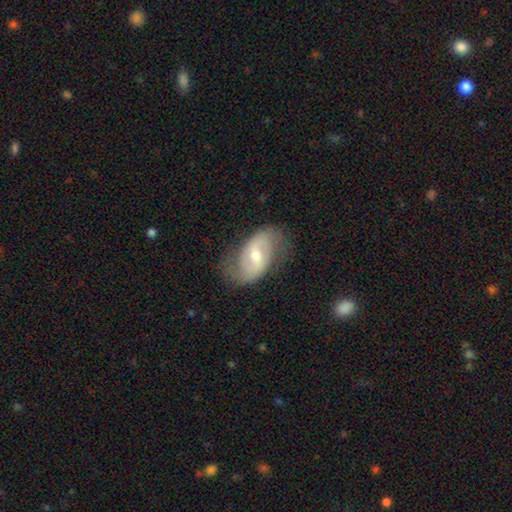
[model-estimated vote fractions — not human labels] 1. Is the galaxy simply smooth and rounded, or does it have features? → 77% featured or disk, 18% smooth, 6% star or artifact.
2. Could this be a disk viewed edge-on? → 96% no, 4% yes.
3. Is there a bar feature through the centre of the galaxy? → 53% weak, 24% strong, 23% no.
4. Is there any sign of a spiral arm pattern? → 89% yes, 11% no.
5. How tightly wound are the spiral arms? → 44% loose, 41% medium, 15% tight.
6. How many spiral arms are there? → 88% 2, 7% can't tell, 2% 1, 1% 3, 1% 4, 1% more than 4.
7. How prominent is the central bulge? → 60% moderate, 34% small, 3% large, 1% none, 1% dominant.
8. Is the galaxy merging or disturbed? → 72% none, 19% minor disturbance, 8% major disturbance, 1% merger.